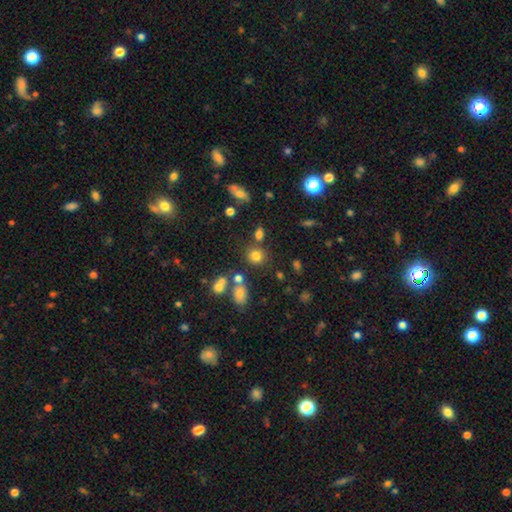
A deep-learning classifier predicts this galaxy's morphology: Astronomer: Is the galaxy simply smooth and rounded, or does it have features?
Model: smooth — 76%.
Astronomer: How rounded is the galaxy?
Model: round — 81%.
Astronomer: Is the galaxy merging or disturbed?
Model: none — 72%.